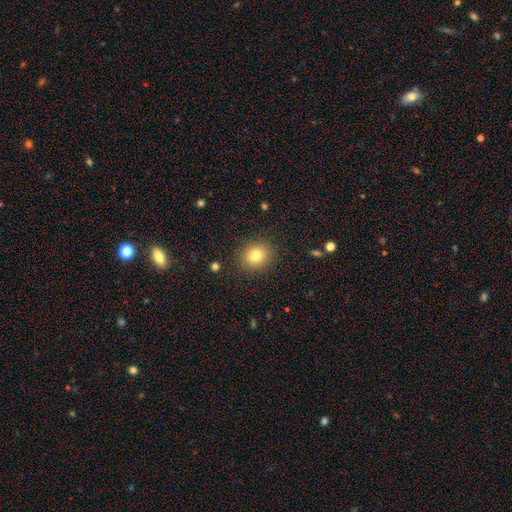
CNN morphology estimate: Smooth or featured? Predicted: smooth (p=0.80). How rounded? Predicted: round (p=0.70). Merging? Predicted: none (p=0.88).